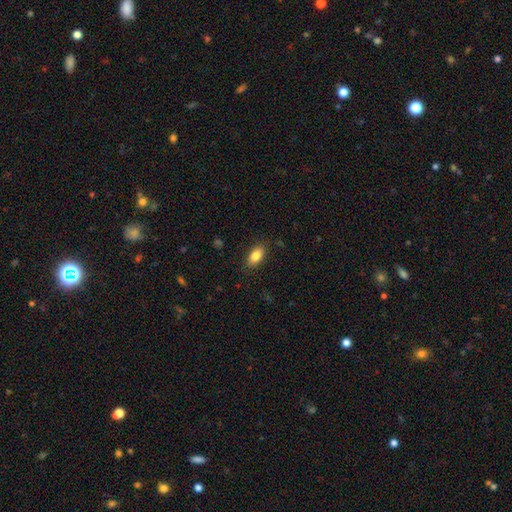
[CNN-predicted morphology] smooth-or-featured: smooth: 84% | featured or disk: 9% | star or artifact: 8%
  how-rounded: in between: 90% | round: 5% | cigar-shaped: 5%
  merging: none: 85% | minor disturbance: 11% | major disturbance: 3% | merger: 1%